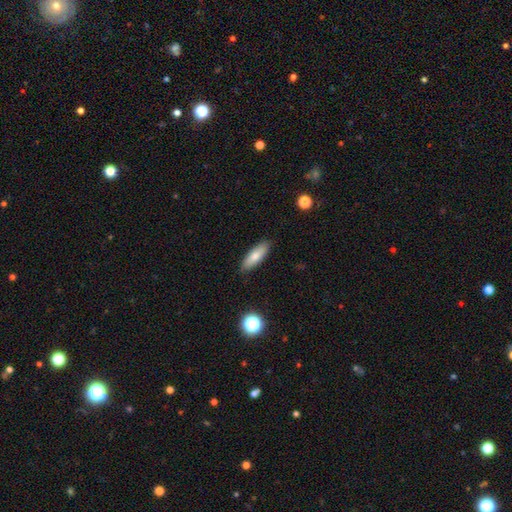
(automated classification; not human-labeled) A smooth galaxy with no disk features (75%) that is in between round and cigar-shaped (53%). Merging: none (88%).